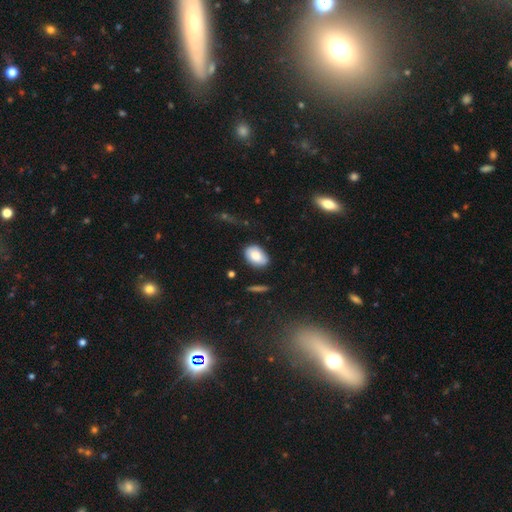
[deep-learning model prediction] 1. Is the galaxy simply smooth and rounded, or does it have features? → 80% smooth, 13% featured or disk, 7% star or artifact.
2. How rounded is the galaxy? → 87% in between, 12% round, 1% cigar-shaped.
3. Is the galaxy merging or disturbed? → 77% none, 17% minor disturbance, 4% major disturbance, 2% merger.